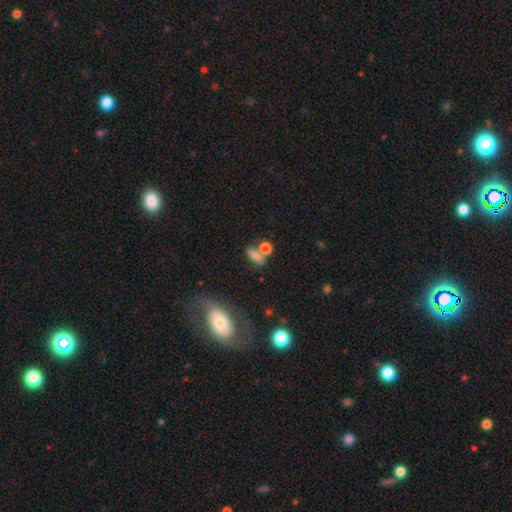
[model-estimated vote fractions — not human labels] Smooth or featured: smooth — 70% (featured or disk — 18%)
How rounded: in between — 63% (round — 21%)
Merging: none — 51% (merger — 30%)